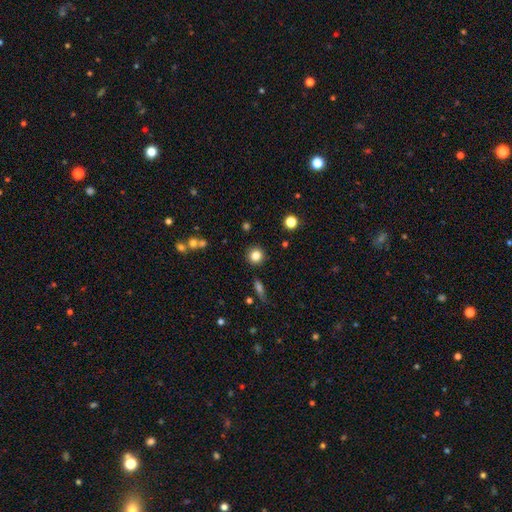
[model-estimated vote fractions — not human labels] Smooth or featured: smooth — 83% (star or artifact — 11%)
How rounded: round — 91% (in between — 8%)
Merging: none — 89% (minor disturbance — 6%)